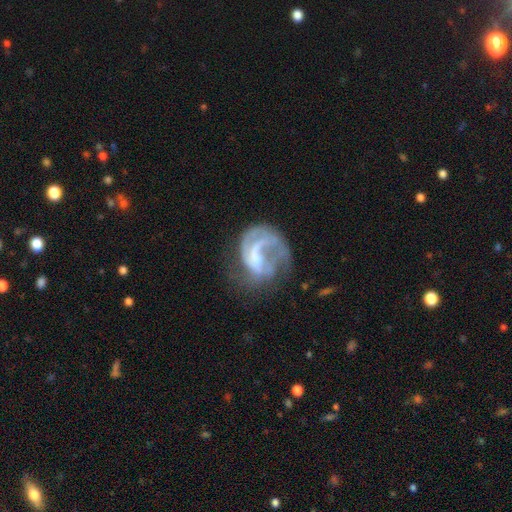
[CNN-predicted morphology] A featured or disk galaxy (74%) with a weak bar (42%), 1 (46%) loose (41%) spiral arms (77%) and no central bulge (50%).

Vote fractions:
- Smooth or featured? featured or disk: 74% / smooth: 18% / star or artifact: 8%
- Edge-on disk? no: 98% / yes: 2%
- Bar? weak: 42% / no: 40% / strong: 18%
- Spiral arms? yes: 77% / no: 23%
- Spiral winding? loose: 41% / medium: 36% / tight: 23%
- Spiral arm count? 1: 46% / 2: 25% / can't tell: 18% / 3: 7% / 4: 2% / more than 4: 2%
- Bulge size? none: 50% / small: 25% / moderate: 18% / large: 5% / dominant: 2%
- Merging? major disturbance: 43% / none: 34% / minor disturbance: 19% / merger: 4%